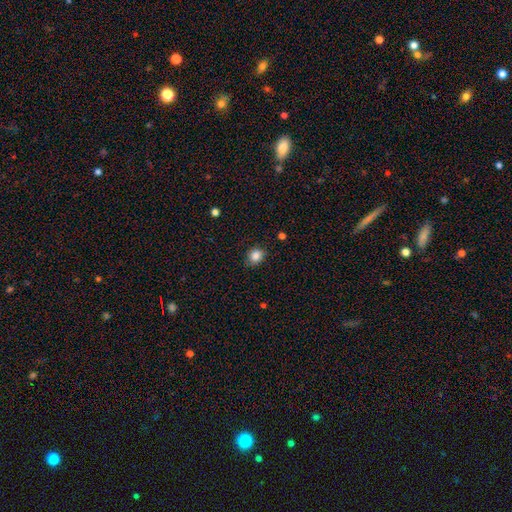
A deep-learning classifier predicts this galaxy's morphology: type=smooth (85%); roundness=round (71%); merging=none (82%).